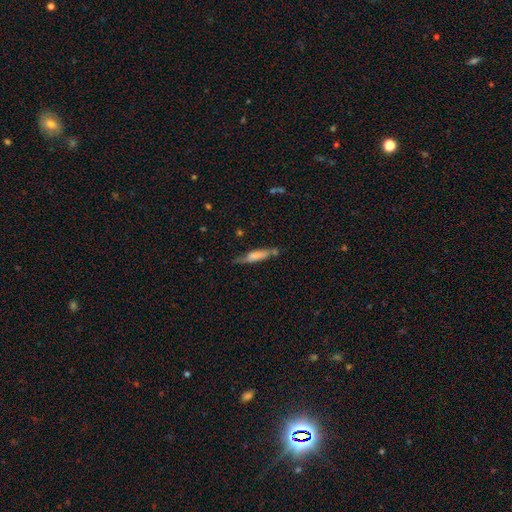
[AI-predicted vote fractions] Q: Smooth or featured?
A: smooth (65%); runner-up: featured or disk (29%)
Q: How rounded?
A: cigar-shaped (83%); runner-up: in between (16%)
Q: Merging?
A: none (61%); runner-up: minor disturbance (24%)